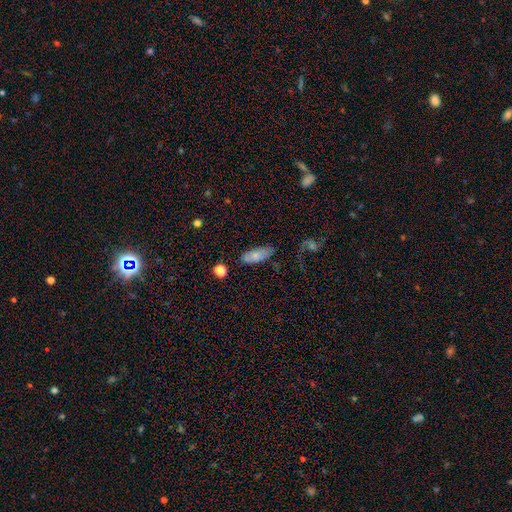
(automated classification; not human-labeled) smooth 77%, featured or disk 15%, star or artifact 8%. Down the decision tree: how rounded — in between (76%); merging — none (72%).